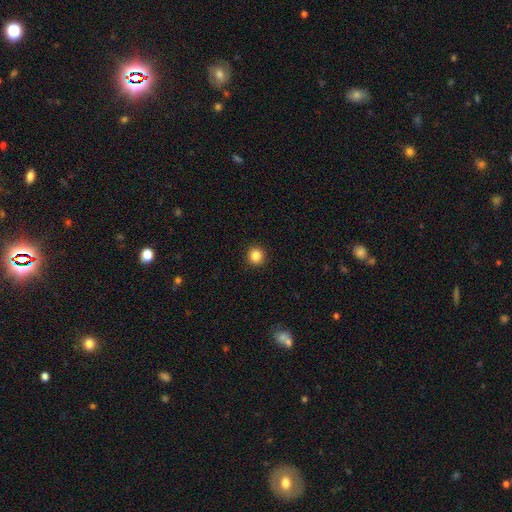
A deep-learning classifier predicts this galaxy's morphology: This appears to be a smooth galaxy with no disk features (86%) that is round (93%). Merging: none (93%).